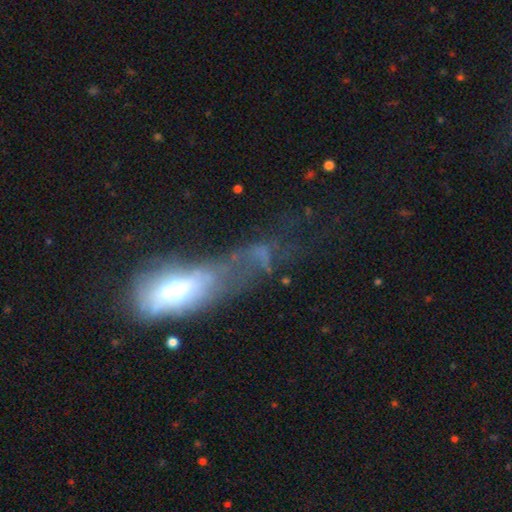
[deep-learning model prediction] Smooth or featured?
  - smooth: 42% *
  - featured or disk: 41%
  - star or artifact: 17%
Merging?
  - major disturbance: 52% *
  - none: 18%
  - minor disturbance: 17%
  - merger: 14%